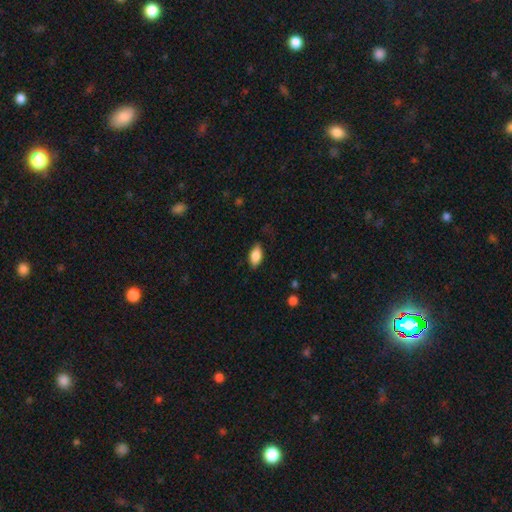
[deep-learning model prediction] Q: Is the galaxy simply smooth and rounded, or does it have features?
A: smooth — 82%.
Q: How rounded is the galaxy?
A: in between — 89%.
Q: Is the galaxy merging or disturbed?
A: none — 79%.